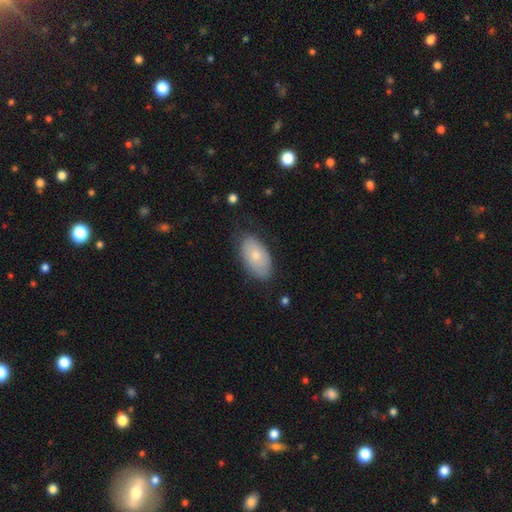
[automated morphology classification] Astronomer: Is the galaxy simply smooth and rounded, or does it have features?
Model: smooth — 71%.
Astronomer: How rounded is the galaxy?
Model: in between — 94%.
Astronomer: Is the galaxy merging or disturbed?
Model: none — 75%.